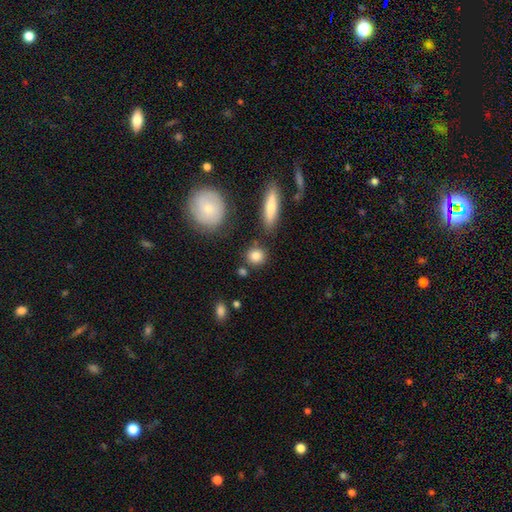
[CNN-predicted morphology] Overall: smooth (83%). How rounded: round (80%). Merging: none (80%).